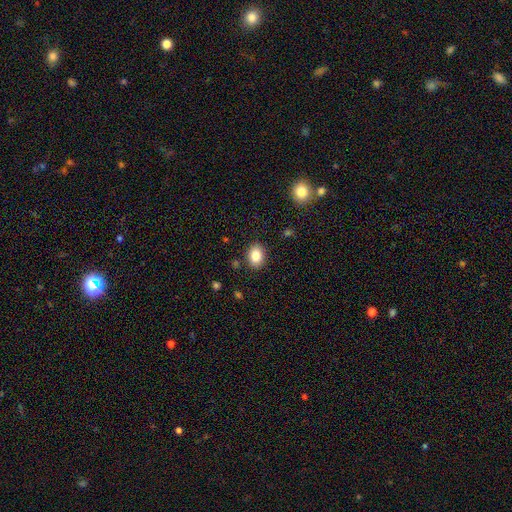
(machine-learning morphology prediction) Smooth or featured?
  - smooth: 83% *
  - star or artifact: 9%
  - featured or disk: 8%
How rounded?
  - in between: 64% *
  - round: 35%
  - cigar-shaped: 1%
Merging?
  - none: 88% *
  - minor disturbance: 9%
  - major disturbance: 2%
  - merger: 2%